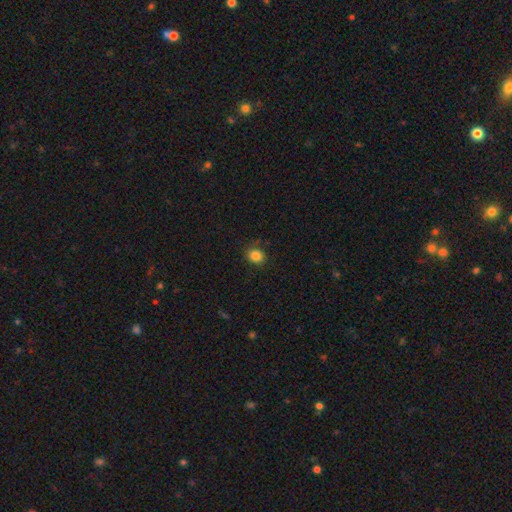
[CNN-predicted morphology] A smooth galaxy with no disk features (84%) that is round (75%). Merging: none (83%).